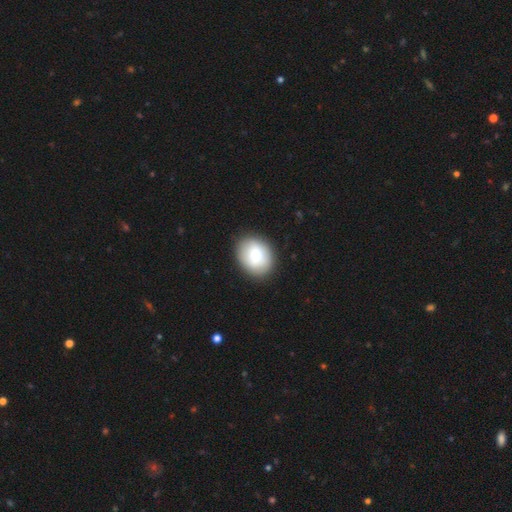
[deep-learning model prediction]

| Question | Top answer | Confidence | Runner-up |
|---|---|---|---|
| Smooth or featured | smooth | 73% | featured or disk (19%) |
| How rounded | round | 54% | in between (45%) |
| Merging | none | 89% | minor disturbance (8%) |